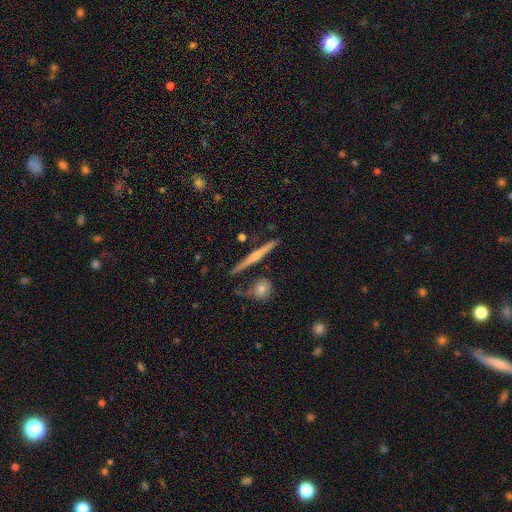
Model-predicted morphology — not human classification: This is likely a featured or disk galaxy (67%). It is clearly viewed edge-on (98%). Edge-on bulge: likely rounded (71%). Merging: clearly none (84%).